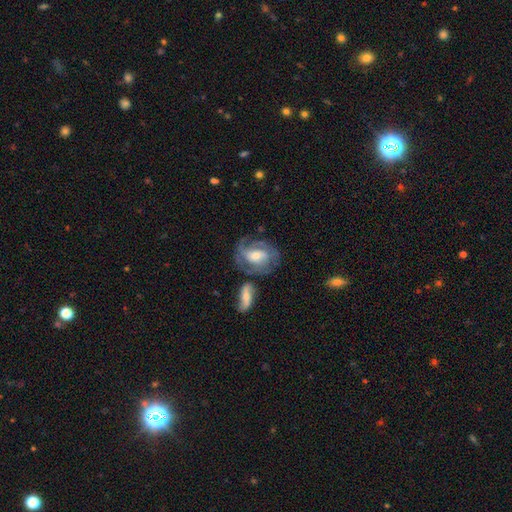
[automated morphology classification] featured or disk 77%, smooth 17%, star or artifact 6%. Down the decision tree: edge-on disk — no (96%); bar — no (45%); spiral arms — yes (87%); spiral arm count — 2 (37%); spiral winding — tight (50%); bulge size — moderate (53%); merging — none (58%).